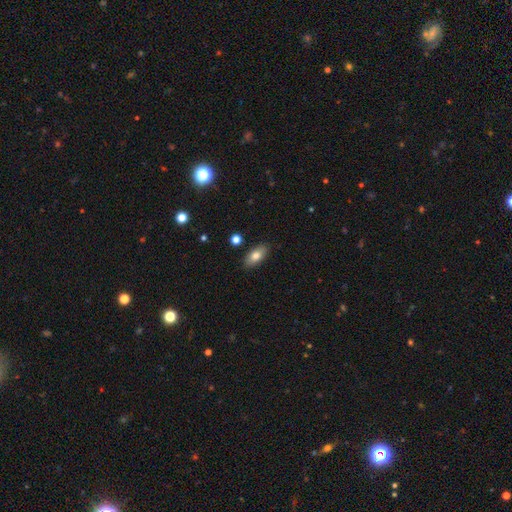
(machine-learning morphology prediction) smooth_or_featured: smooth (p=0.77) [alt: featured or disk p=0.15]
how_rounded: in between (p=0.87) [alt: cigar-shaped p=0.09]
merging: none (p=0.87) [alt: minor disturbance p=0.09]